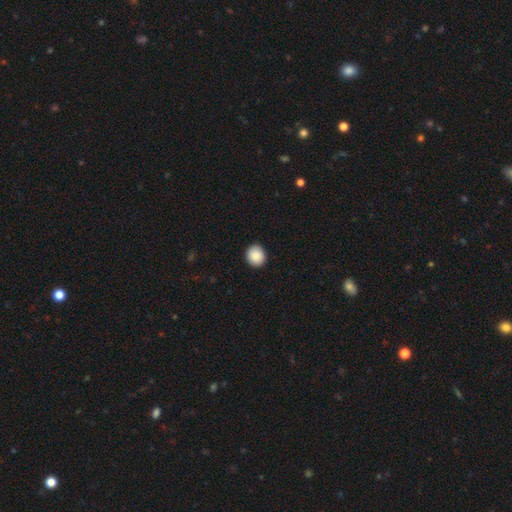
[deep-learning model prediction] The model was most divided on "how rounded": round: 78%, in between: 22%, cigar-shaped: 1%. More confident: merging — none (91%); smooth or featured — smooth (88%).